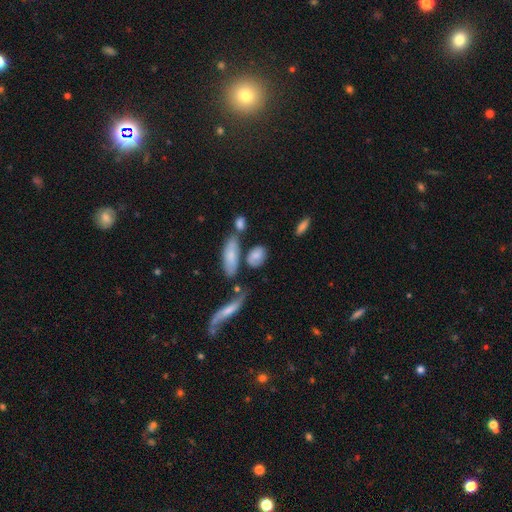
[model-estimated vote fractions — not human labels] Smooth or featured? Predicted: smooth (p=0.74). How rounded? Predicted: in between (p=0.72). Merging? Predicted: none (p=0.57).